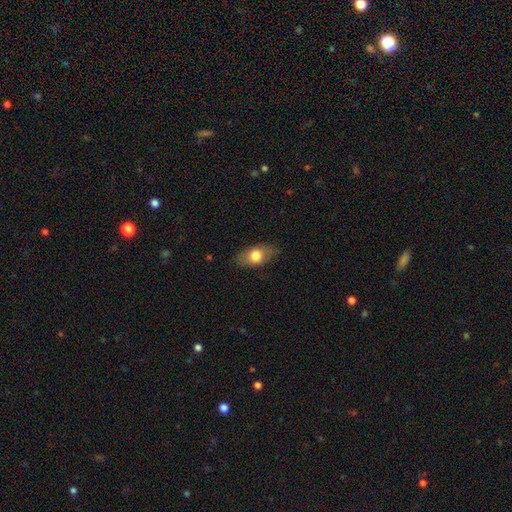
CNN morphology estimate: smooth_or_featured: smooth (p=0.71) [alt: featured or disk p=0.22]
how_rounded: in between (p=0.86) [alt: round p=0.08]
merging: none (p=0.80) [alt: minor disturbance p=0.15]